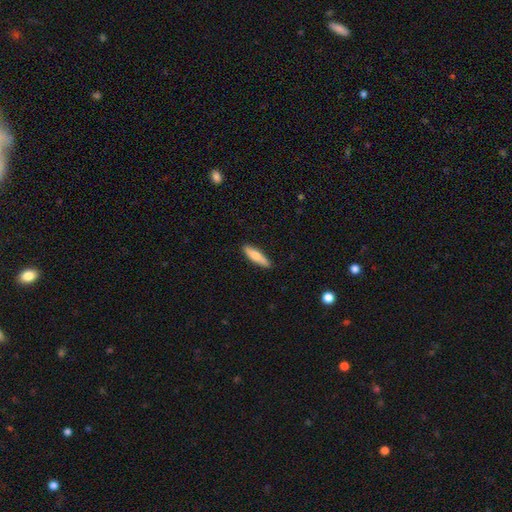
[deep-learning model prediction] This appears to be a smooth galaxy with no disk features (72%) that is cigar-shaped (67%). Merging: none (87%).